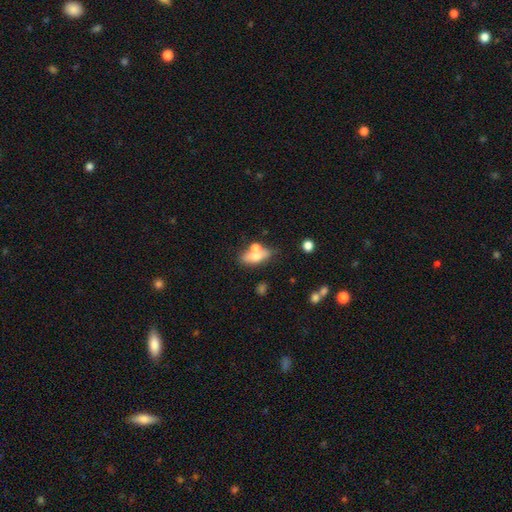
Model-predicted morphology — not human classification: Smooth or featured: smooth — 60% (featured or disk — 31%)
How rounded: in between — 72% (cigar-shaped — 19%)
Merging: none — 43% (merger — 35%)